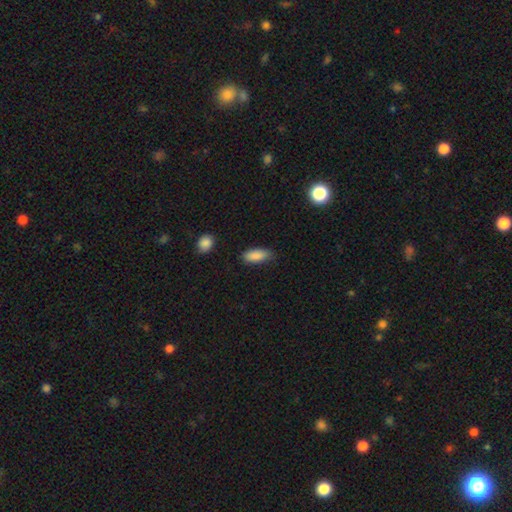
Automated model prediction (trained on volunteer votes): smooth-or-featured: smooth: 88% | star or artifact: 7% | featured or disk: 5%
  how-rounded: in between: 80% | cigar-shaped: 17% | round: 2%
  merging: none: 78% | minor disturbance: 17% | major disturbance: 3% | merger: 2%